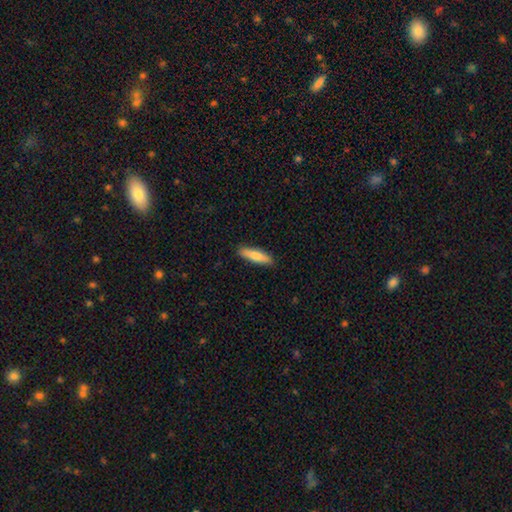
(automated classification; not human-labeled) This is likely a smooth galaxy (71%). How rounded: likely cigar-shaped (69%). Merging: clearly none (89%).